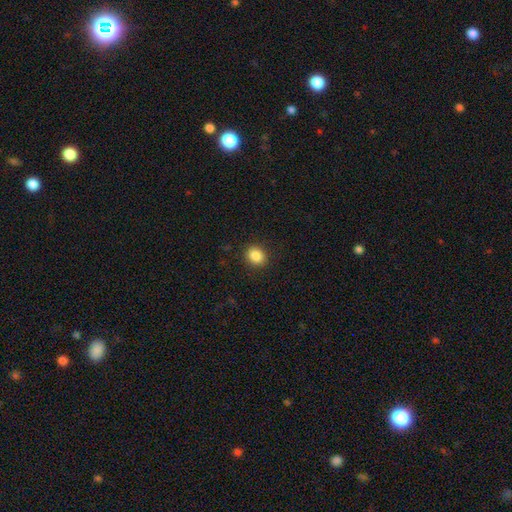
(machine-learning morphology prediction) The model was most divided on "how rounded": round: 61%, in between: 38%, cigar-shaped: 1%. More confident: merging — none (90%); smooth or featured — smooth (86%).